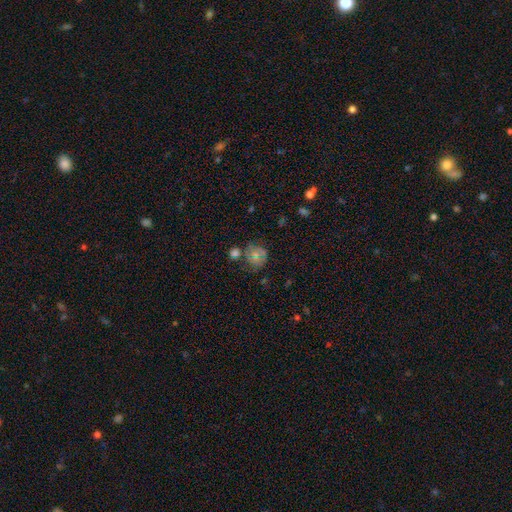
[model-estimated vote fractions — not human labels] smooth 64%, featured or disk 24%, star or artifact 13%. Down the decision tree: how rounded — round (78%); merging — none (54%).